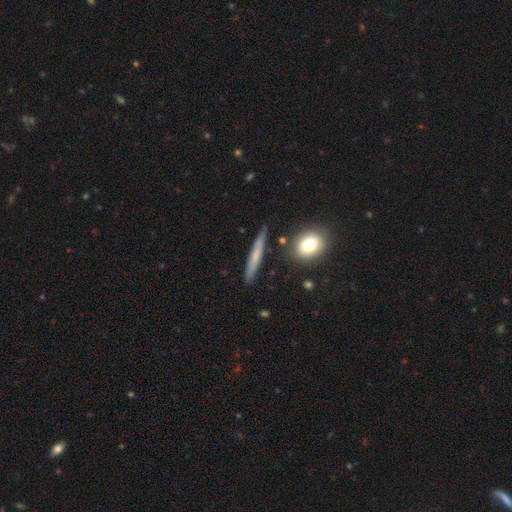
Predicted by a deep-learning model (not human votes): Q: Smooth or featured?
A: smooth (57%); runner-up: featured or disk (34%)
Q: How rounded?
A: cigar-shaped (90%); runner-up: in between (6%)
Q: Merging?
A: none (86%); runner-up: minor disturbance (10%)